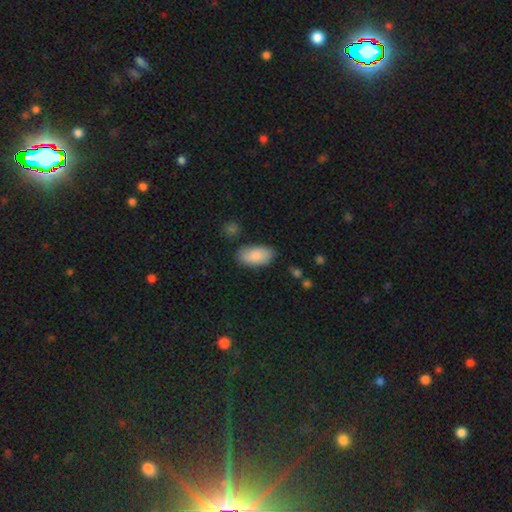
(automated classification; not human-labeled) Morphology: type=smooth (86%); roundness=in between (94%); merging=none (79%).